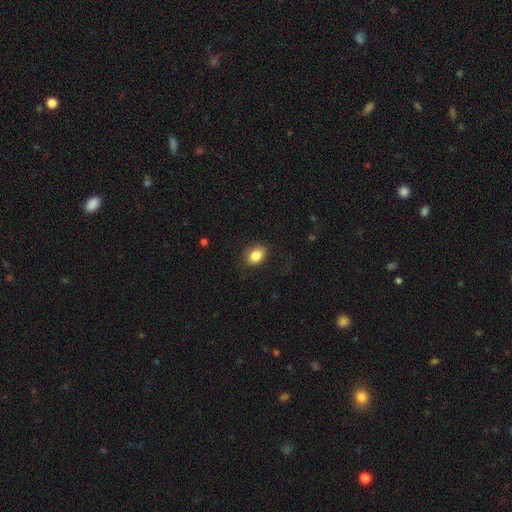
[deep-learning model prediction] A smooth galaxy with no disk features (85%) that is in between round and cigar-shaped (71%). Merging: none (82%).